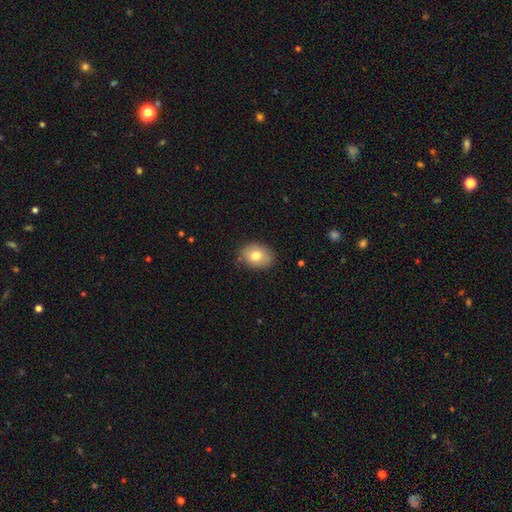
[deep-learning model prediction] Q: Smooth or featured?
A: smooth (76%); runner-up: featured or disk (16%)
Q: How rounded?
A: in between (69%); runner-up: round (30%)
Q: Merging?
A: none (81%); runner-up: minor disturbance (15%)